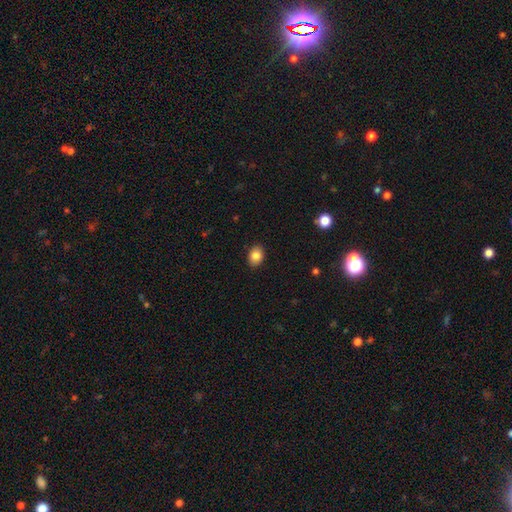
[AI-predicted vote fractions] smooth_or_featured: smooth (p=0.86) [alt: star or artifact p=0.09]
how_rounded: in between (p=0.70) [alt: round p=0.29]
merging: none (p=0.89) [alt: minor disturbance p=0.08]